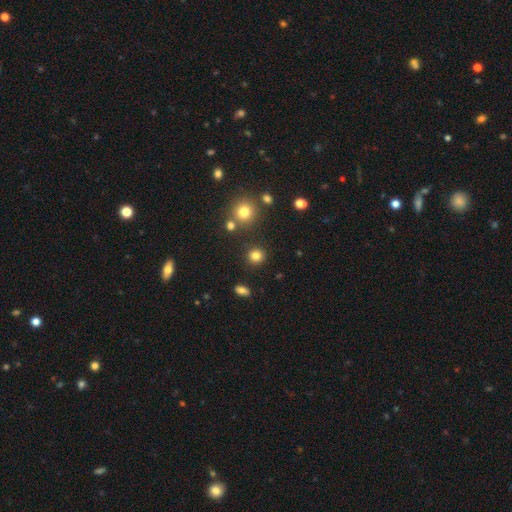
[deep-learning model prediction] Smooth or featured?
  - smooth: 81% *
  - star or artifact: 14%
  - featured or disk: 5%
How rounded?
  - round: 90% *
  - in between: 9%
  - cigar-shaped: 1%
Merging?
  - none: 87% *
  - minor disturbance: 7%
  - merger: 3%
  - major disturbance: 3%